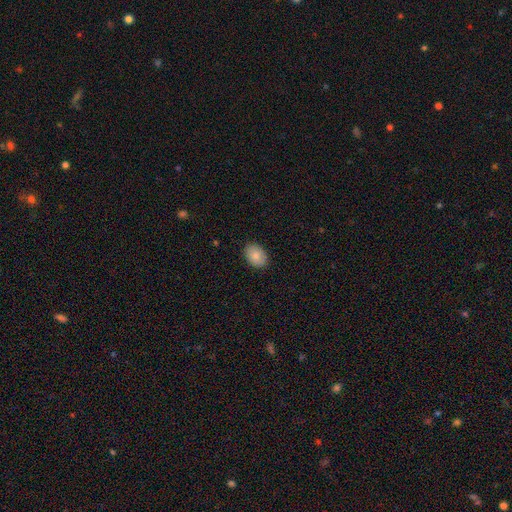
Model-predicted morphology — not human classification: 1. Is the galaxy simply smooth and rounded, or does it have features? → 82% smooth, 11% featured or disk, 7% star or artifact.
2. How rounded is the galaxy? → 80% in between, 19% round, 1% cigar-shaped.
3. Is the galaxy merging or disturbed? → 88% none, 9% minor disturbance, 2% major disturbance, 1% merger.